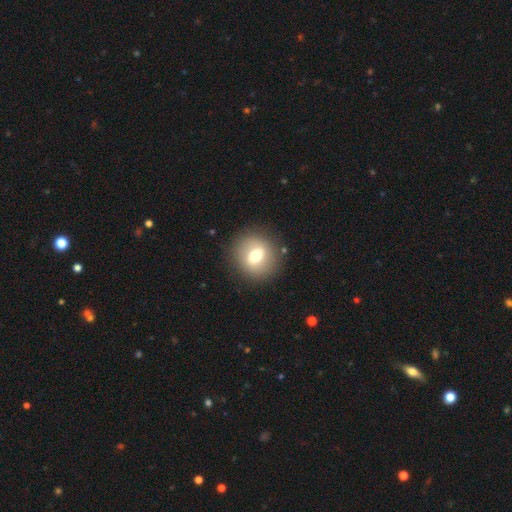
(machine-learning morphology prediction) The model was most divided on "smooth or featured": smooth: 66%, featured or disk: 24%, star or artifact: 10%. More confident: how rounded — round (87%); merging — none (87%).